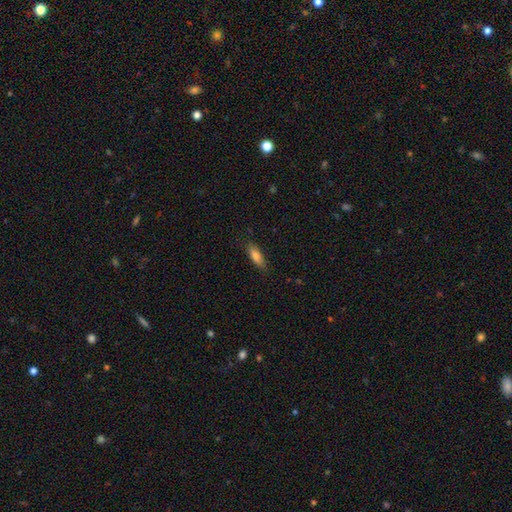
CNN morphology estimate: smooth_or_featured: smooth (p=0.79) [alt: featured or disk p=0.14]
how_rounded: in between (p=0.60) [alt: cigar-shaped p=0.38]
merging: none (p=0.82) [alt: minor disturbance p=0.14]